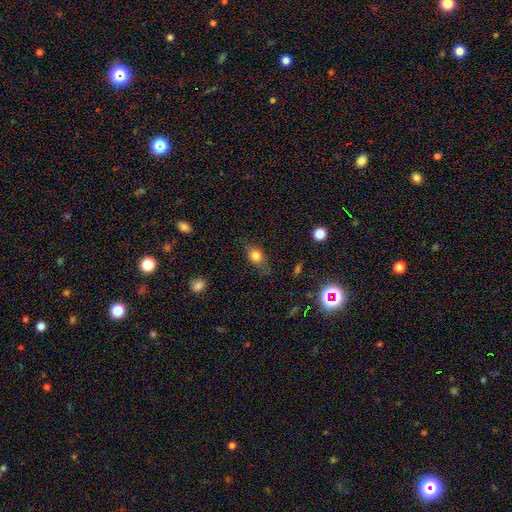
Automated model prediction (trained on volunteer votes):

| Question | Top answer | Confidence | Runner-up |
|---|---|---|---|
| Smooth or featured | smooth | 75% | featured or disk (15%) |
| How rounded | in between | 67% | round (25%) |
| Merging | none | 73% | minor disturbance (20%) |